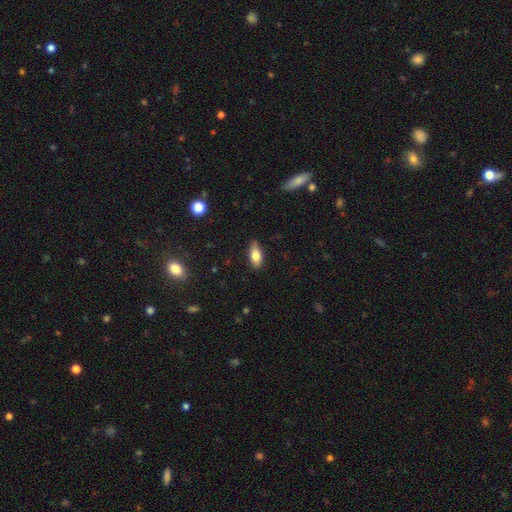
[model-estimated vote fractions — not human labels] Smooth or featured? Predicted: smooth (p=0.73). How rounded? Predicted: in between (p=0.81). Merging? Predicted: none (p=0.85).